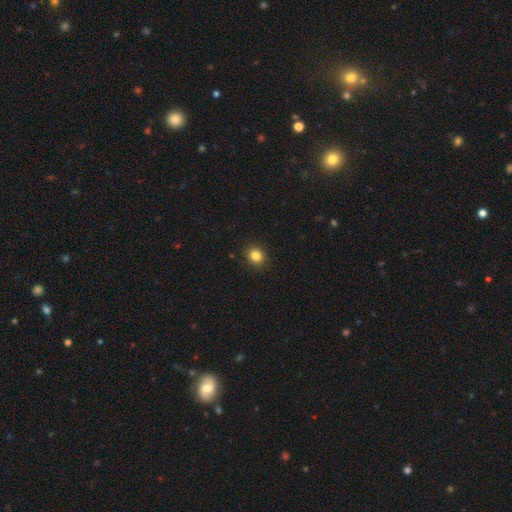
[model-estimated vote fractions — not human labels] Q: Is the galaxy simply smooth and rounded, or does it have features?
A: smooth — 84%.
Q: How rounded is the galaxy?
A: round — 75%.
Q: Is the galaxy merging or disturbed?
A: none — 90%.